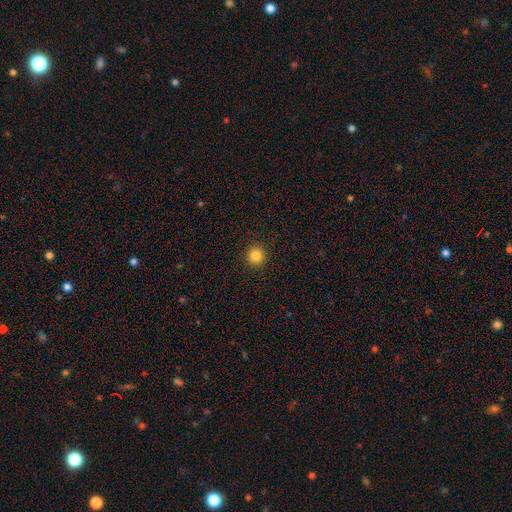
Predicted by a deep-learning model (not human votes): Q: Smooth or featured?
A: smooth (84%); runner-up: star or artifact (12%)
Q: How rounded?
A: round (94%); runner-up: in between (5%)
Q: Merging?
A: none (93%); runner-up: minor disturbance (4%)